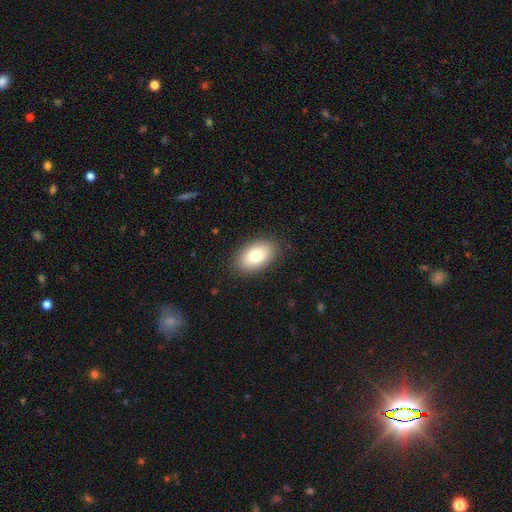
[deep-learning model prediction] Smooth or featured: smooth — 79% (featured or disk — 13%)
How rounded: in between — 91% (round — 8%)
Merging: none — 87% (minor disturbance — 10%)